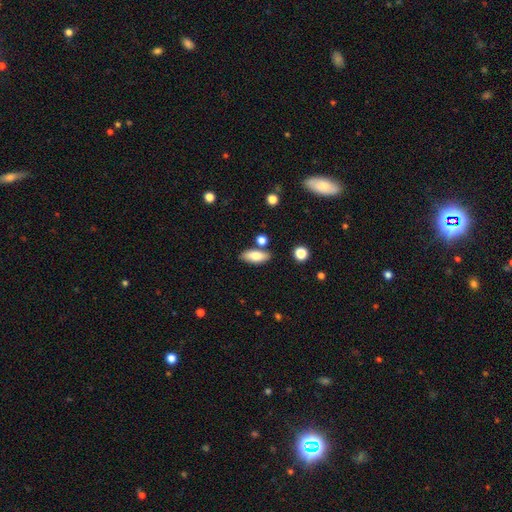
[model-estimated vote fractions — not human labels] Q: Smooth or featured?
A: smooth (80%); runner-up: featured or disk (13%)
Q: How rounded?
A: in between (79%); runner-up: cigar-shaped (18%)
Q: Merging?
A: none (77%); runner-up: minor disturbance (12%)